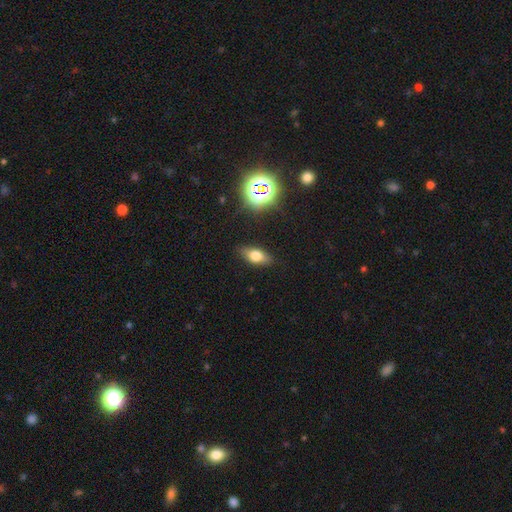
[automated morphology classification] Smooth or featured: smooth — 68% (featured or disk — 18%)
How rounded: in between — 82% (cigar-shaped — 12%)
Merging: none — 85% (minor disturbance — 11%)